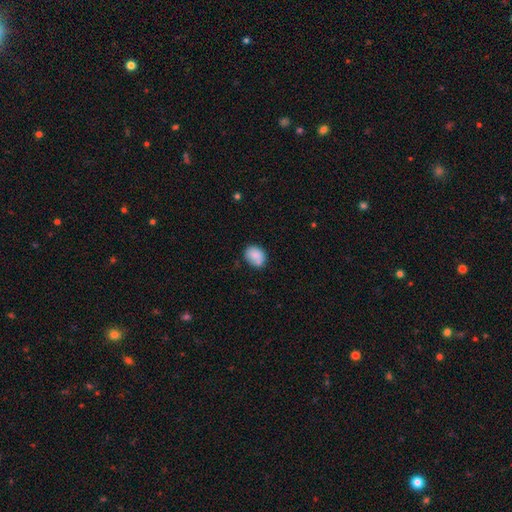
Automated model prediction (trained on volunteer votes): Q: Smooth or featured?
A: smooth (85%); runner-up: star or artifact (8%)
Q: How rounded?
A: in between (62%); runner-up: round (37%)
Q: Merging?
A: none (65%); runner-up: minor disturbance (24%)